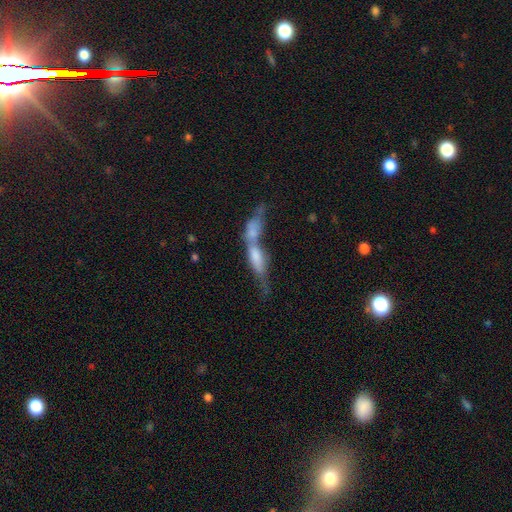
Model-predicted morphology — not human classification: A smooth galaxy with no disk features (47%).

Vote fractions:
- Smooth or featured? smooth: 47% / featured or disk: 44% / star or artifact: 9%
- Merging? merger: 73% / none: 13% / major disturbance: 8% / minor disturbance: 7%